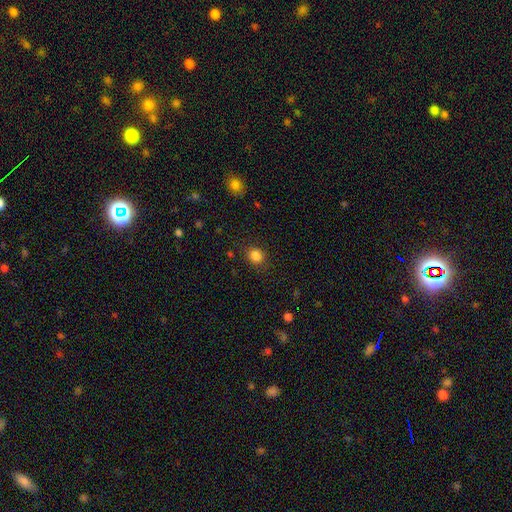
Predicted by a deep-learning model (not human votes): A smooth galaxy with no disk features (84%) that is round (76%).

Vote fractions:
- Smooth or featured? smooth: 84% / star or artifact: 12% / featured or disk: 4%
- How rounded? round: 76% / in between: 23% / cigar-shaped: 1%
- Merging? none: 86% / minor disturbance: 9% / major disturbance: 3% / merger: 1%